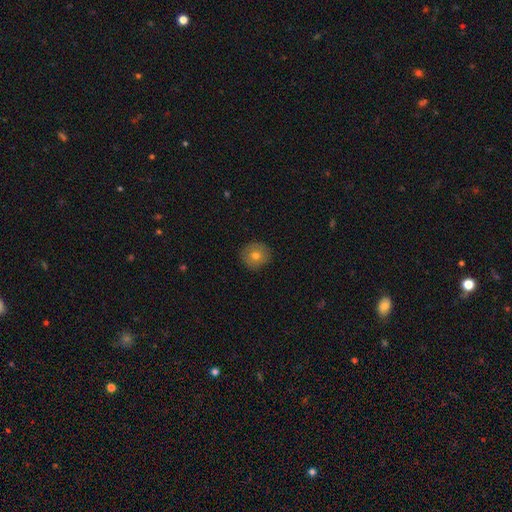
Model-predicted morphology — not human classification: Smooth or featured: smooth — 72% (featured or disk — 18%)
How rounded: round — 92% (in between — 7%)
Merging: none — 89% (minor disturbance — 8%)